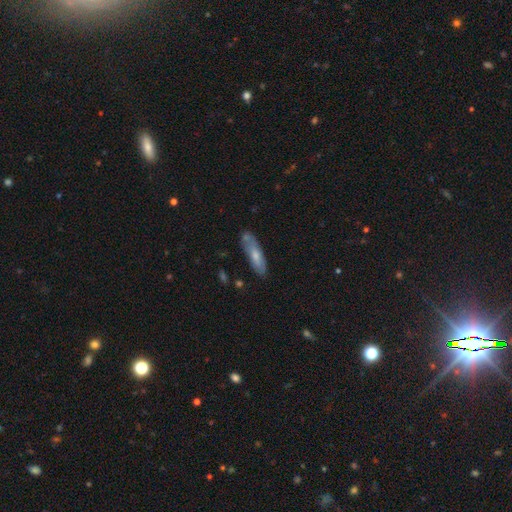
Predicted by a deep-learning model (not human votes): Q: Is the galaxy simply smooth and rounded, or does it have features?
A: smooth — 64%.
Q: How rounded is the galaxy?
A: cigar-shaped — 60%.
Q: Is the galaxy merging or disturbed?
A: none — 66%.